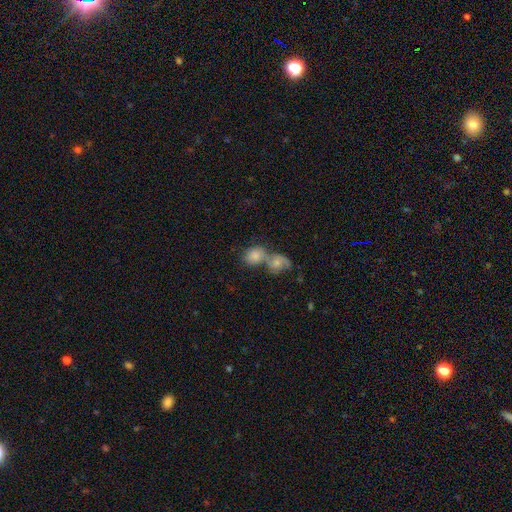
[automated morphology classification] Overall: smooth (61%; featured or disk 24%). How rounded: round (56%; in between 41%). Merging: merger (56%; none 31%).